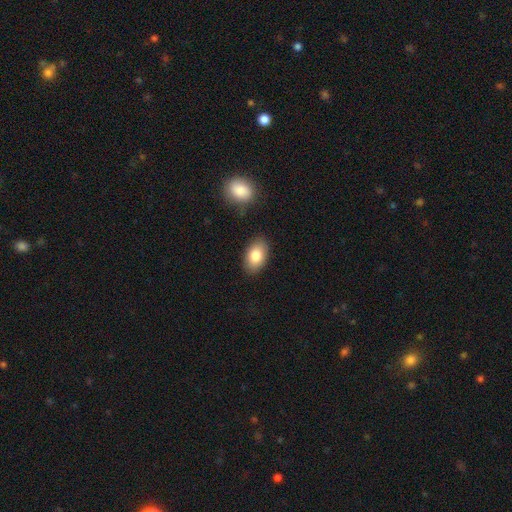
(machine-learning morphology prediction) smooth 83%, featured or disk 10%, star or artifact 7%. Down the decision tree: how rounded — in between (91%); merging — none (85%).